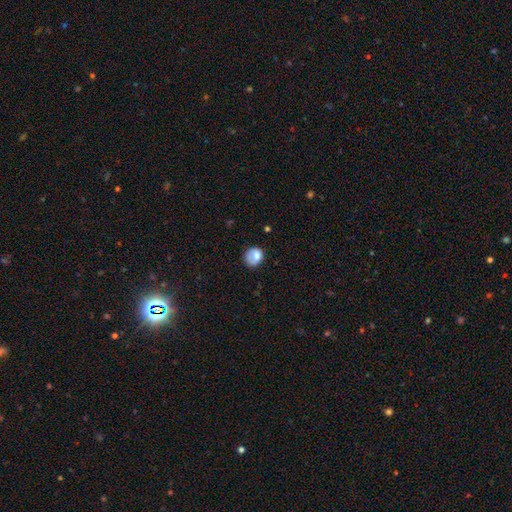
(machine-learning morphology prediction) The model was most divided on "merging": none: 58%, minor disturbance: 26%, major disturbance: 13%, merger: 3%. More confident: smooth or featured — smooth (75%); how rounded — round (72%).